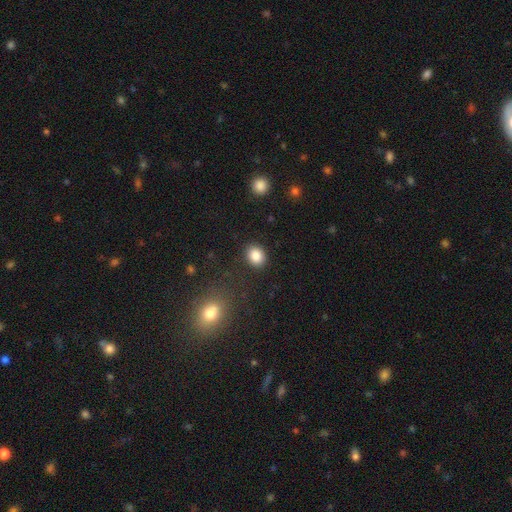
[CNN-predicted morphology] A smooth galaxy with no disk features (86%) that is in between round and cigar-shaped (53%).

Vote fractions:
- Smooth or featured? smooth: 86% / star or artifact: 9% / featured or disk: 5%
- How rounded? in between: 53% / round: 46% / cigar-shaped: 1%
- Merging? none: 88% / minor disturbance: 8% / major disturbance: 3% / merger: 2%